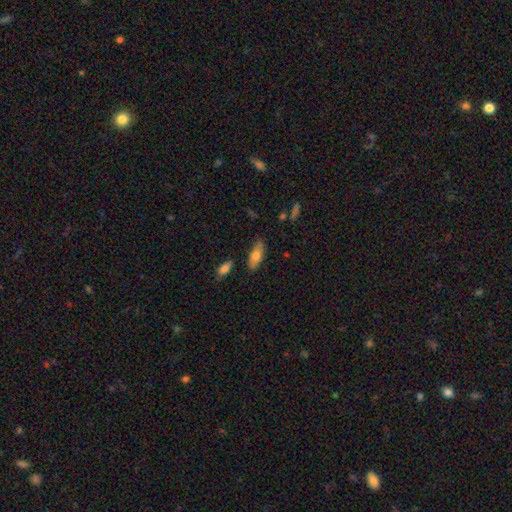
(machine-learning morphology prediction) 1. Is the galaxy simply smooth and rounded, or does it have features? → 75% smooth, 19% featured or disk, 7% star or artifact.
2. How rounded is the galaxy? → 75% in between, 23% cigar-shaped, 2% round.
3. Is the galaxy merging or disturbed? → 78% none, 16% minor disturbance, 3% merger, 3% major disturbance.